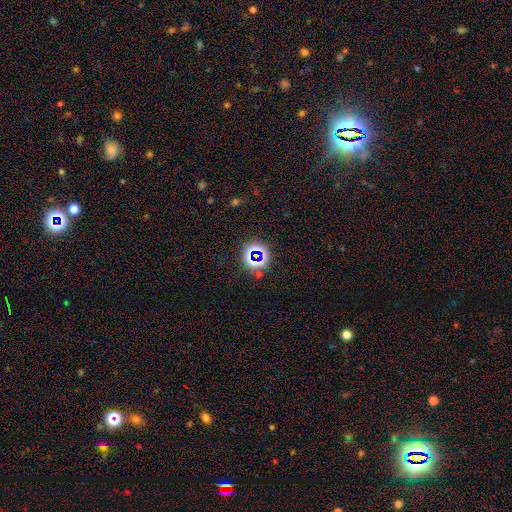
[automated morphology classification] A star or artifact, not a galaxy (70%).